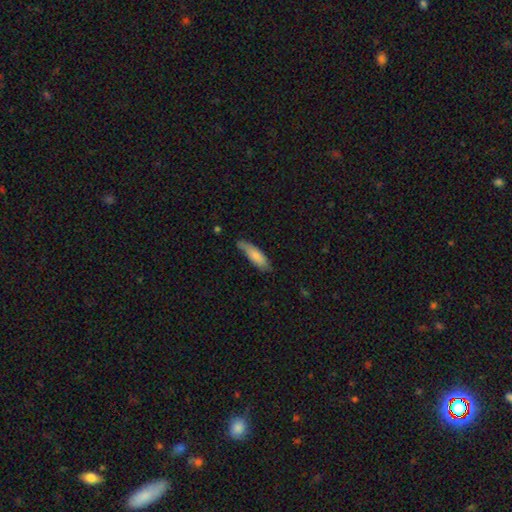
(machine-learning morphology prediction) smooth 77%, featured or disk 17%, star or artifact 6%. Down the decision tree: how rounded — cigar-shaped (53%); merging — none (65%).